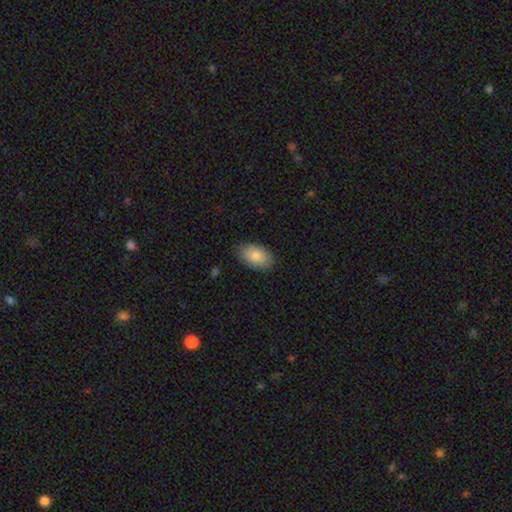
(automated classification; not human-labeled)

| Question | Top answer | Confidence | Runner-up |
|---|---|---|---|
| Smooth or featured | smooth | 83% | featured or disk (11%) |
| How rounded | in between | 92% | round (7%) |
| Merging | none | 84% | minor disturbance (13%) |